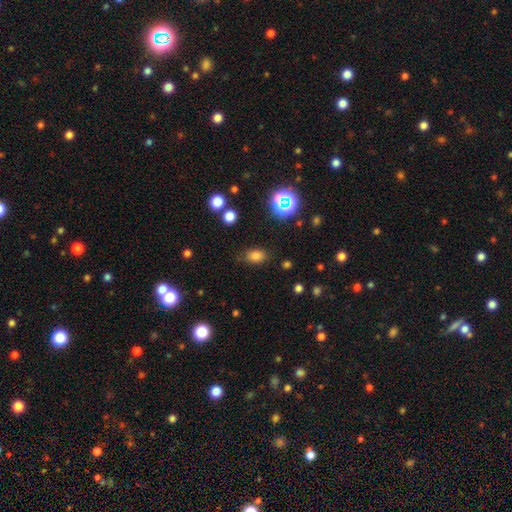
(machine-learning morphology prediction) Q: Smooth or featured?
A: smooth (76%); runner-up: star or artifact (17%)
Q: How rounded?
A: in between (81%); runner-up: round (17%)
Q: Merging?
A: none (80%); runner-up: minor disturbance (14%)